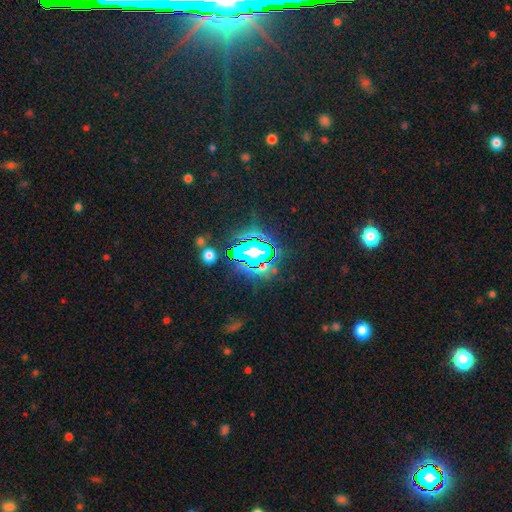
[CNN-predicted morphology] This appears to be a star or artifact, not a galaxy (77%).